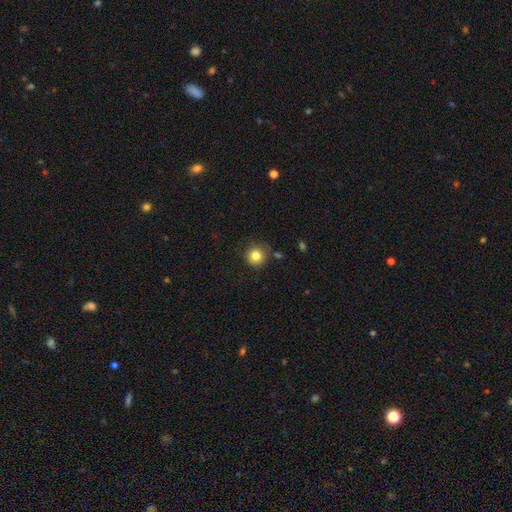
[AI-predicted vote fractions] This is clearly a smooth galaxy (82%). How rounded: clearly round (94%). Merging: clearly none (82%).